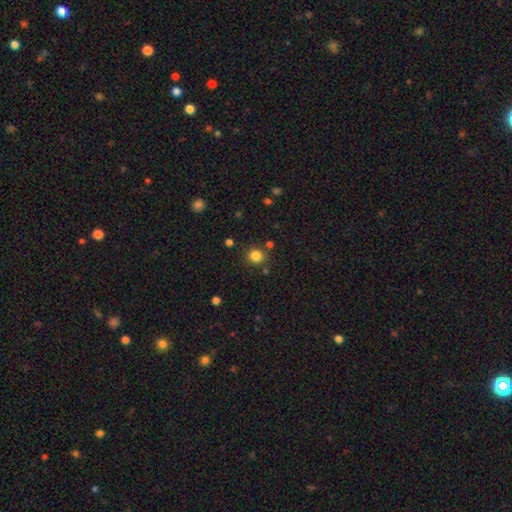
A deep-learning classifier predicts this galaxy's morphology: This appears to be a smooth galaxy with no disk features (83%) that is round (85%). Merging: none (84%).